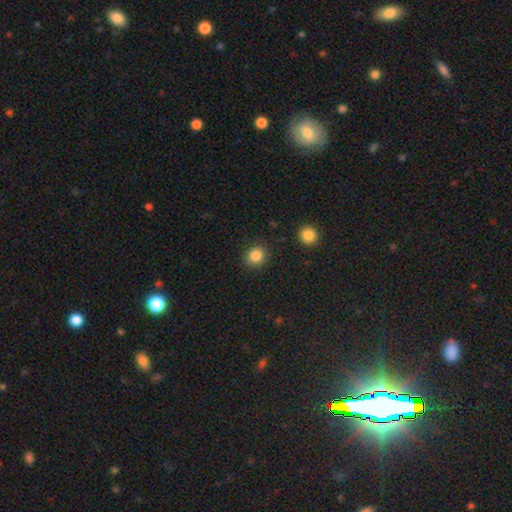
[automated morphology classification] smooth-or-featured: smooth: 86% | star or artifact: 10% | featured or disk: 4%
  how-rounded: round: 80% | in between: 19% | cigar-shaped: 1%
  merging: none: 88% | minor disturbance: 8% | major disturbance: 2% | merger: 2%